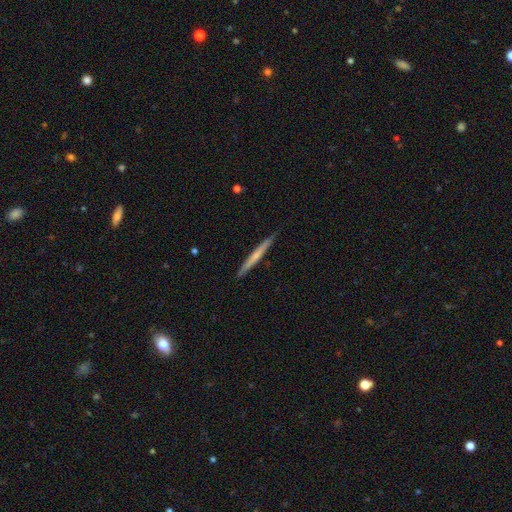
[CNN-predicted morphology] featured or disk 48%, smooth 47%, star or artifact 5%. Down the decision tree: merging — none (89%).